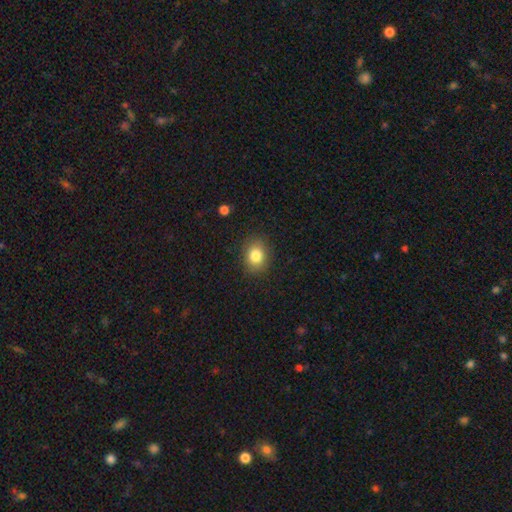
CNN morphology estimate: This appears to be a smooth galaxy with no disk features (82%) that is in between round and cigar-shaped (50%). Merging: none (87%).